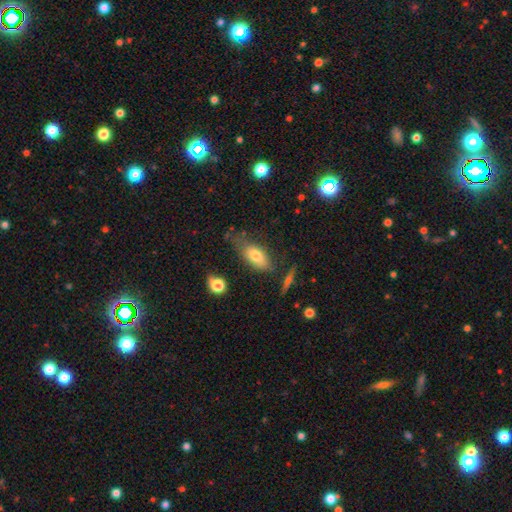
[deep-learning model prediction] Morphology: type=smooth (74%); roundness=in between (83%); merging=none (55%).